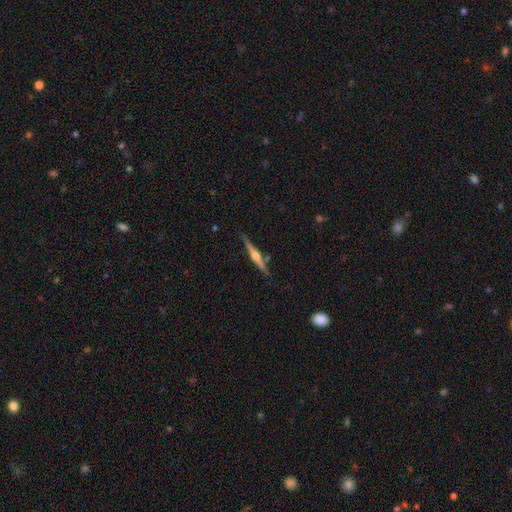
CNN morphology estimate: featured or disk 76%, smooth 19%, star or artifact 5%. Down the decision tree: edge-on disk — yes (98%); edge-on bulge — rounded (91%); merging — none (82%).